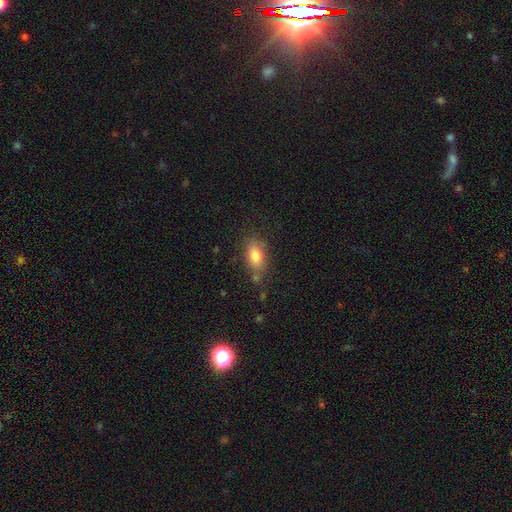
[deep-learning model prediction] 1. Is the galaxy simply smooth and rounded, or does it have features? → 80% smooth, 11% featured or disk, 9% star or artifact.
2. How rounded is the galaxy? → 86% in between, 8% round, 7% cigar-shaped.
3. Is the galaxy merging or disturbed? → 72% none, 18% minor disturbance, 5% merger, 5% major disturbance.